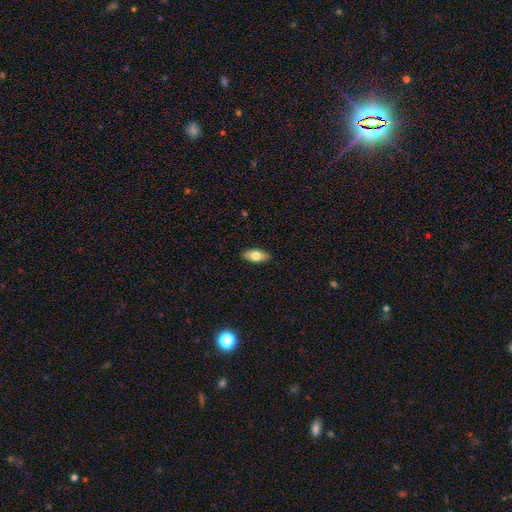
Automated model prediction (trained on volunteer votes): Smooth or featured: smooth — 73% (featured or disk — 20%)
How rounded: in between — 87% (cigar-shaped — 10%)
Merging: none — 89% (minor disturbance — 9%)